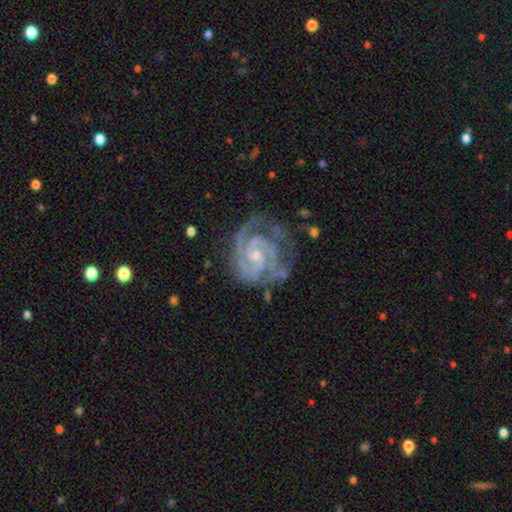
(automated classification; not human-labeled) smooth-or-featured: featured or disk: 92% | star or artifact: 5% | smooth: 3%
  disk-edge-on: no: 98% | yes: 2%
    bar: no: 59% | weak: 32% | strong: 9%
    has-spiral-arms: yes: 98% | no: 2%
      spiral-winding: tight: 73% | medium: 25% | loose: 3%
      spiral-arm-count: 2: 51% | 3: 28% | can't tell: 8% | 4: 5% | 1: 4% | more than 4: 3%
    bulge-size: small: 66% | moderate: 28% | none: 4% | large: 1% | dominant: 1%
  merging: none: 65% | minor disturbance: 22% | major disturbance: 10% | merger: 2%